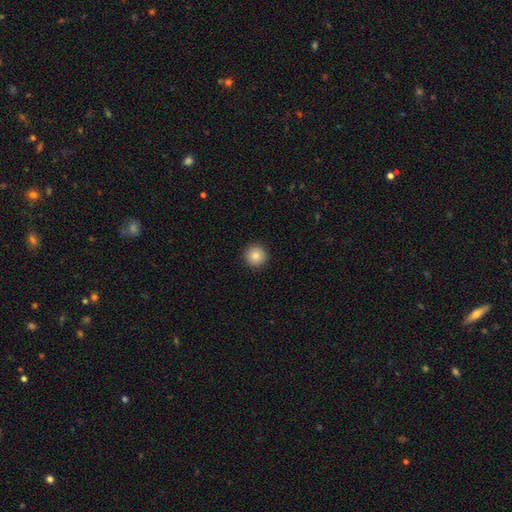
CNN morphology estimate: Smooth or featured?
  - smooth: 85% *
  - star or artifact: 9%
  - featured or disk: 5%
How rounded?
  - round: 96% *
  - in between: 3%
  - cigar-shaped: 1%
Merging?
  - none: 93% *
  - minor disturbance: 4%
  - major disturbance: 2%
  - merger: 1%